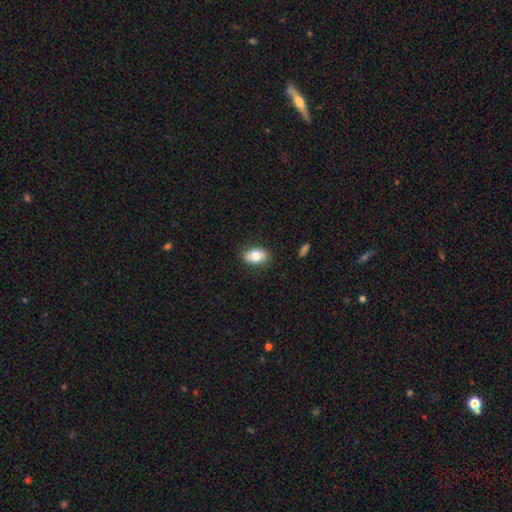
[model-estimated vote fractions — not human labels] Q: Smooth or featured?
A: smooth (80%); runner-up: featured or disk (12%)
Q: How rounded?
A: in between (87%); runner-up: round (11%)
Q: Merging?
A: none (86%); runner-up: minor disturbance (10%)